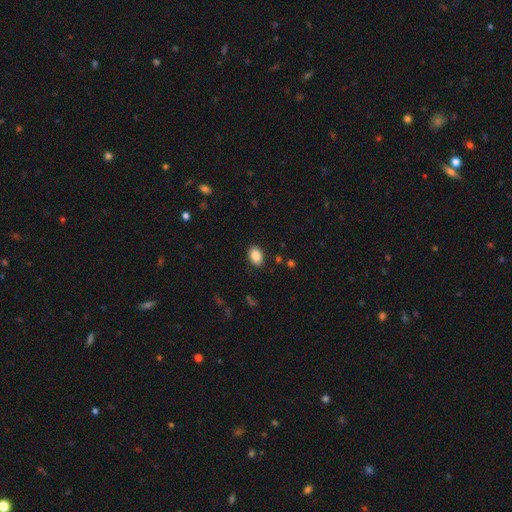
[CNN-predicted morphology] Q: Smooth or featured?
A: smooth (88%); runner-up: star or artifact (8%)
Q: How rounded?
A: in between (87%); runner-up: round (12%)
Q: Merging?
A: none (87%); runner-up: minor disturbance (9%)